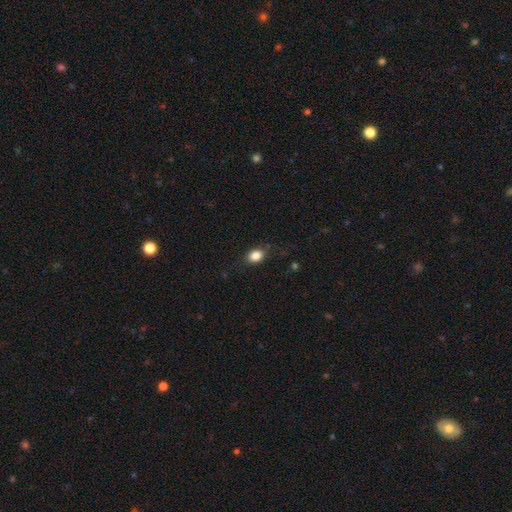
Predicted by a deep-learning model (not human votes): smooth_or_featured: smooth (p=0.85) [alt: star or artifact p=0.09]
how_rounded: in between (p=0.70) [alt: round p=0.28]
merging: none (p=0.78) [alt: minor disturbance p=0.16]